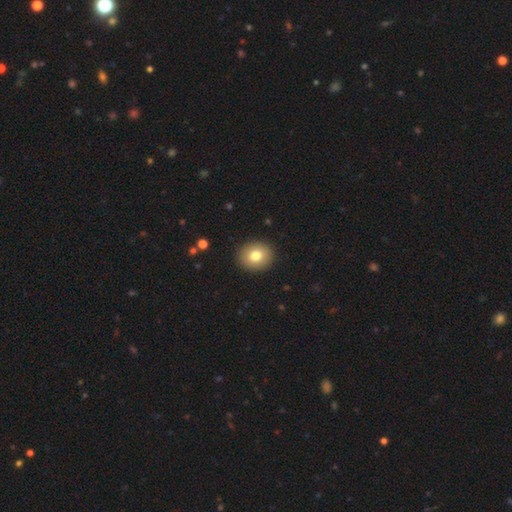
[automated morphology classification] Smooth or featured?
  - smooth: 77% *
  - featured or disk: 13%
  - star or artifact: 10%
How rounded?
  - round: 75% *
  - in between: 24%
  - cigar-shaped: 1%
Merging?
  - none: 91% *
  - minor disturbance: 6%
  - major disturbance: 2%
  - merger: 1%